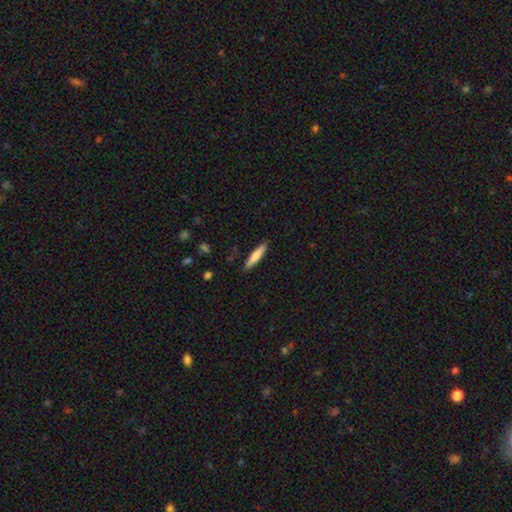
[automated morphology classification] The model was most divided on "smooth or featured": smooth: 71%, featured or disk: 23%, star or artifact: 5%. More confident: merging — none (90%); how rounded — cigar-shaped (88%).